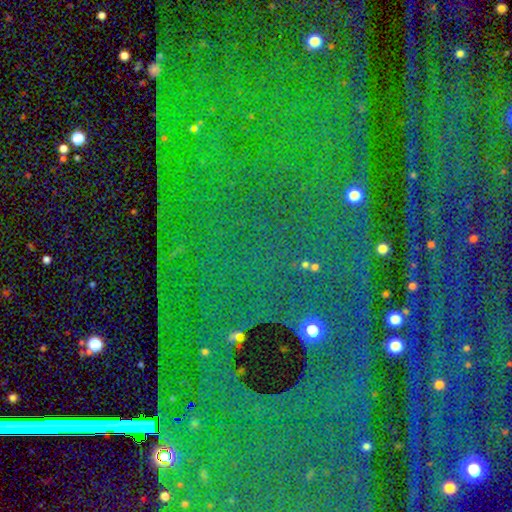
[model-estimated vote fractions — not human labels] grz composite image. It shows a star or artifact, not a galaxy (86%).